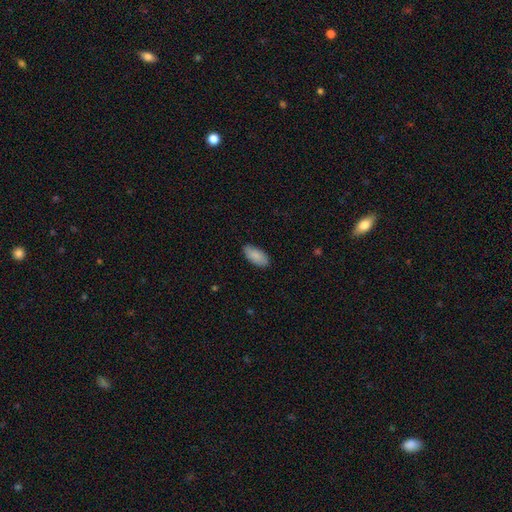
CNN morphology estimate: Smooth or featured? Predicted: smooth (p=0.88). How rounded? Predicted: in between (p=0.92). Merging? Predicted: none (p=0.85).